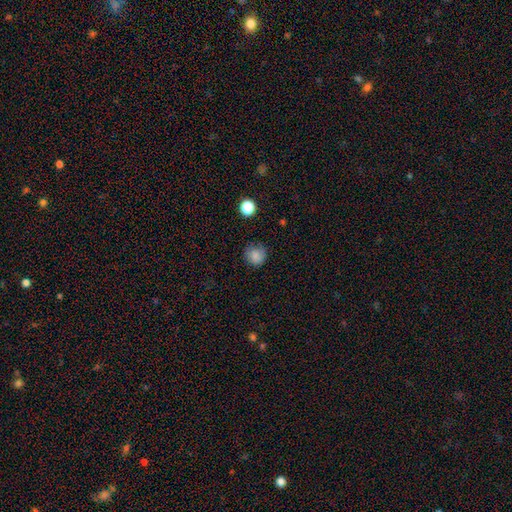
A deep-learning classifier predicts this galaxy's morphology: Smooth or featured: smooth — 84% (star or artifact — 11%)
How rounded: round — 89% (in between — 10%)
Merging: none — 79% (minor disturbance — 16%)